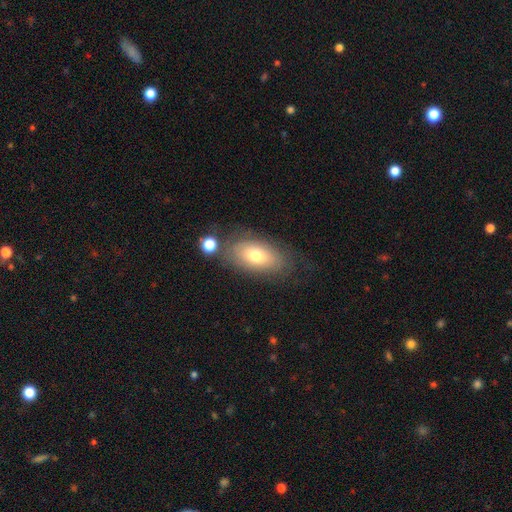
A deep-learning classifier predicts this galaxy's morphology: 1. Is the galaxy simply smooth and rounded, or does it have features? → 69% smooth, 23% featured or disk, 8% star or artifact.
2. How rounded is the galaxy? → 90% in between, 6% round, 4% cigar-shaped.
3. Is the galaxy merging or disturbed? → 69% none, 16% minor disturbance, 7% merger, 7% major disturbance.